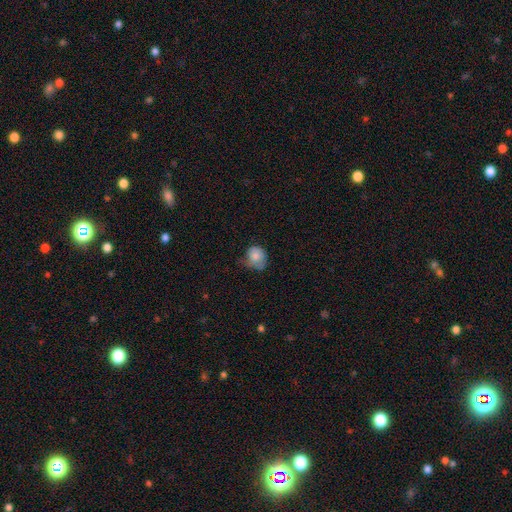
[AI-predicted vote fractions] A smooth galaxy with no disk features (77%) that is round (70%).

Vote fractions:
- Smooth or featured? smooth: 77% / featured or disk: 15% / star or artifact: 8%
- How rounded? round: 70% / in between: 29% / cigar-shaped: 1%
- Merging? none: 39% (tied) / minor disturbance: 39% (tied) / major disturbance: 19% / merger: 2%